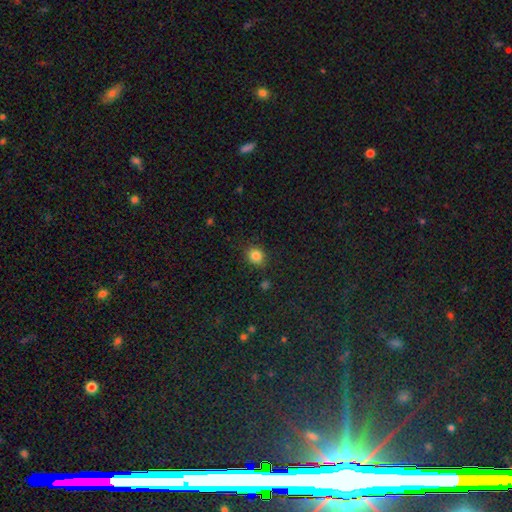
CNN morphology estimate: Smooth or featured?
  - smooth: 84% *
  - star or artifact: 12%
  - featured or disk: 5%
How rounded?
  - round: 76% *
  - in between: 23%
  - cigar-shaped: 1%
Merging?
  - none: 85% *
  - minor disturbance: 10%
  - major disturbance: 3%
  - merger: 2%